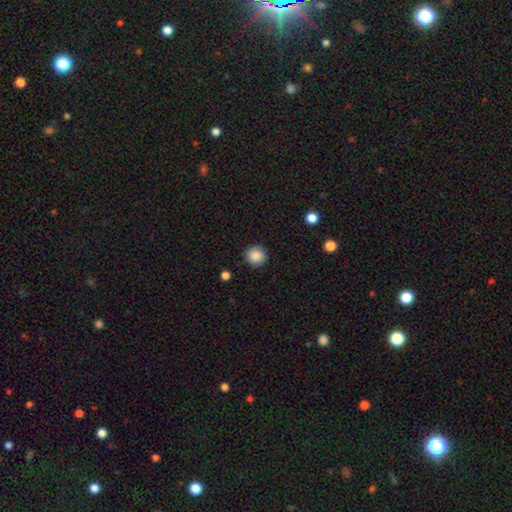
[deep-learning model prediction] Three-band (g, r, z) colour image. It shows a smooth galaxy with no disk features (88%) that is round (94%). Merging: none (91%).